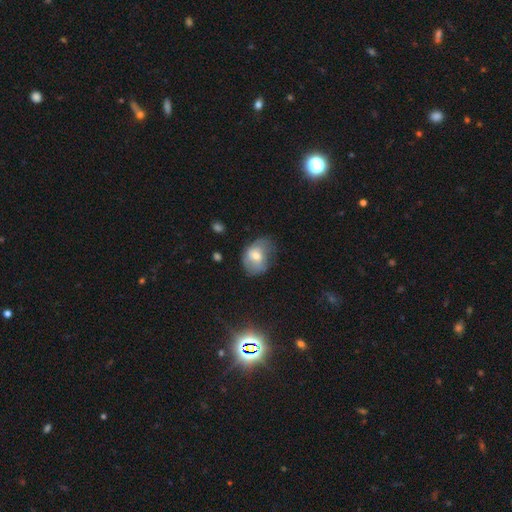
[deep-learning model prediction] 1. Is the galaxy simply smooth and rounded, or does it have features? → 55% smooth, 36% featured or disk, 9% star or artifact.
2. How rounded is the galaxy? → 61% in between, 38% round, 1% cigar-shaped.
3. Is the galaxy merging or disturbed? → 49% none, 34% minor disturbance, 16% major disturbance, 2% merger.